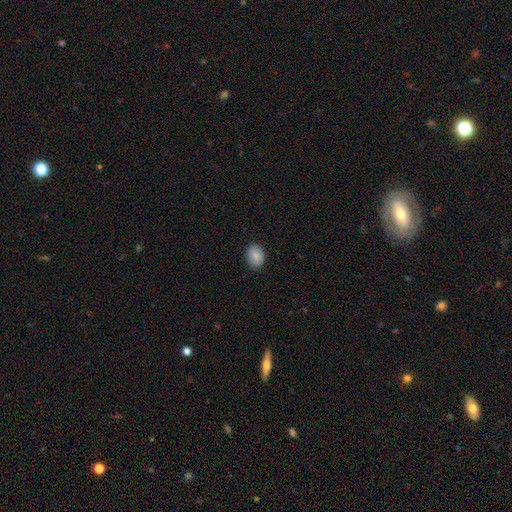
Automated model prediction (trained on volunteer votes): This is clearly a smooth galaxy (87%). How rounded: likely in between (63%). Merging: clearly none (88%).